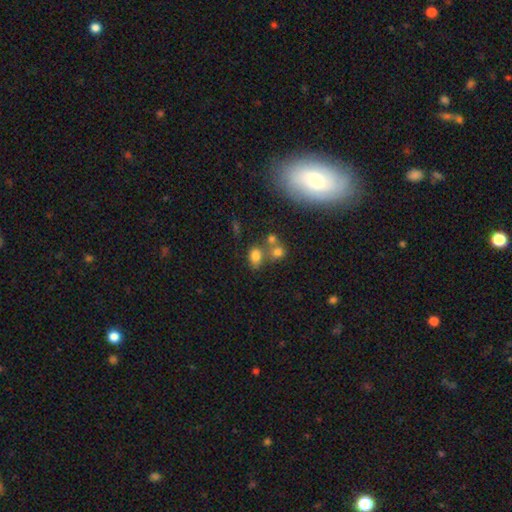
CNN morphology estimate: Smooth or featured? smooth (75%)
How rounded? in between (71%)
Merging? none (49%)